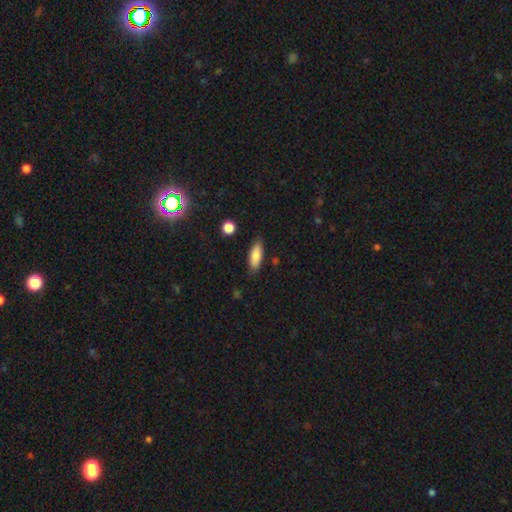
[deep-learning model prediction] Smooth or featured: smooth — 85% (featured or disk — 8%)
How rounded: in between — 70% (cigar-shaped — 28%)
Merging: none — 84% (minor disturbance — 12%)